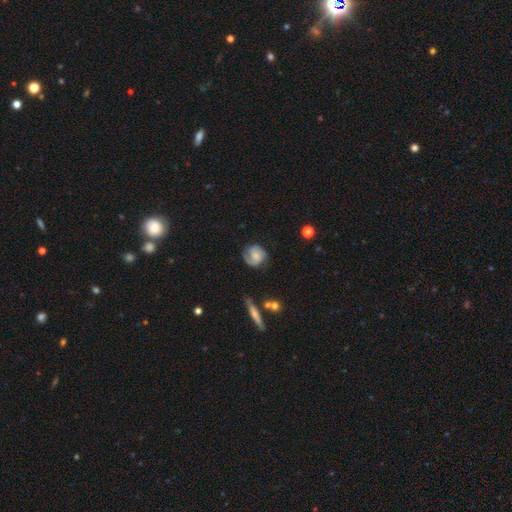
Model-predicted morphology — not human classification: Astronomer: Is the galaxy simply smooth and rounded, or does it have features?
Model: featured or disk — 57% (runner-up: smooth, 36%).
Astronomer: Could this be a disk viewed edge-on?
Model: no — 96%.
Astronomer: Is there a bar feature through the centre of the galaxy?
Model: no — 63%.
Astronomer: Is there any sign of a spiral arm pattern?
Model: yes — 90%.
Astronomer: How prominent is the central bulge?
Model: small — 37%, tied with moderate at 37%.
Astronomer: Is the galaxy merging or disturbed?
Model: none — 67%.